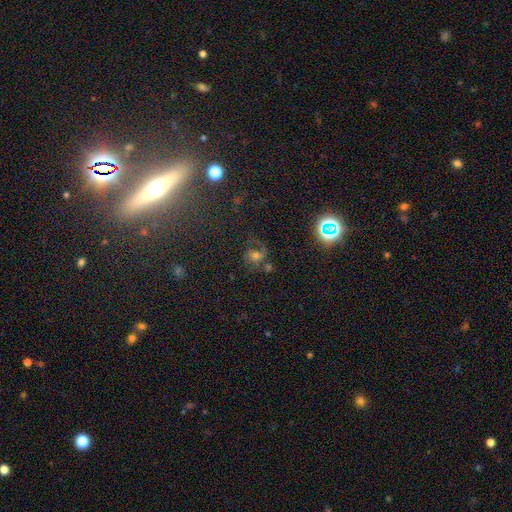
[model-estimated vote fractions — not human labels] This is possibly a featured or disk galaxy (53%). It is clearly not viewed edge-on (97%). Bar: likely no (66%). Spiral arm pattern: clearly yes (83%). Central bulge: possibly moderate (59%). Merging: possibly none (53%).